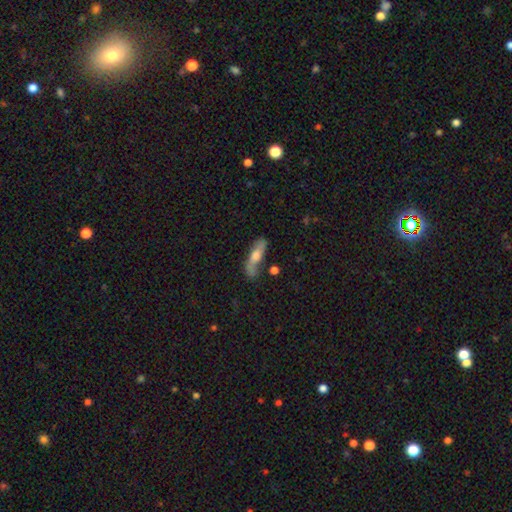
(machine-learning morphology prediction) Q: Smooth or featured?
A: featured or disk (49%); runner-up: smooth (45%)
Q: Merging?
A: none (65%); runner-up: minor disturbance (22%)